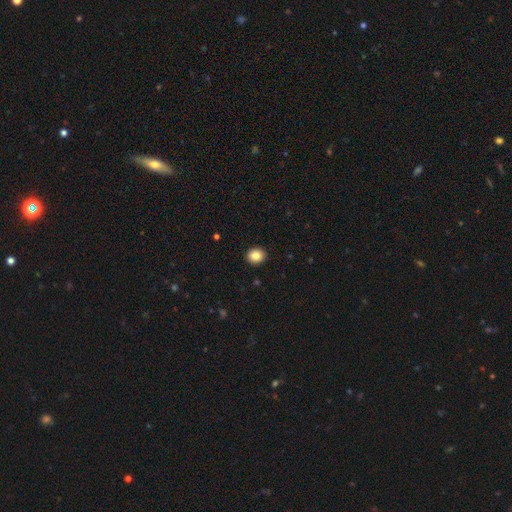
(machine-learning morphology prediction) The model was most divided on "how rounded": round: 77%, in between: 22%, cigar-shaped: 1%. More confident: merging — none (92%); smooth or featured — smooth (86%).